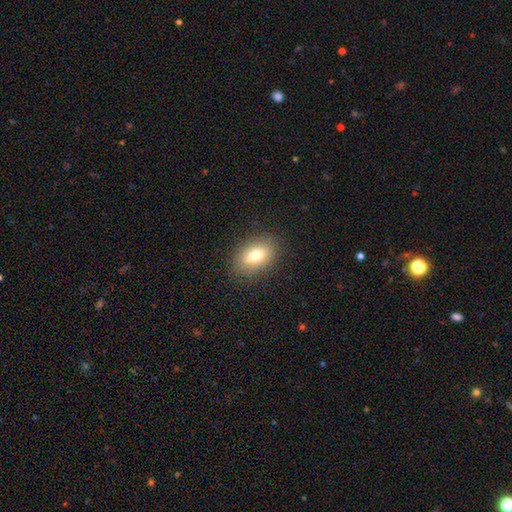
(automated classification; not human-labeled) Smooth or featured? smooth (76%)
How rounded? in between (86%)
Merging? none (87%)